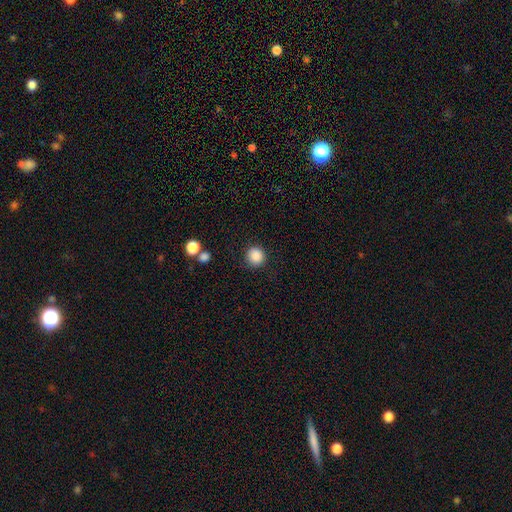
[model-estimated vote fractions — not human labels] Q: Smooth or featured?
A: smooth (87%); runner-up: star or artifact (9%)
Q: How rounded?
A: round (91%); runner-up: in between (8%)
Q: Merging?
A: none (88%); runner-up: minor disturbance (7%)